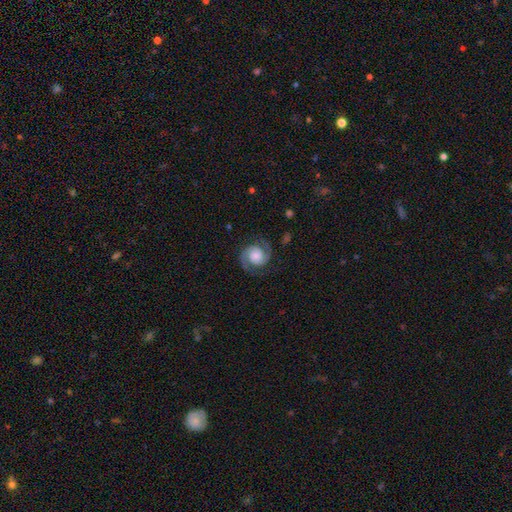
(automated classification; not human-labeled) This appears to be a featured or disk galaxy (89%) with no bar (66%), 2 (94%) medium (51%) spiral arms (98%) and a moderate central bulge (32%). Merging: none (83%).